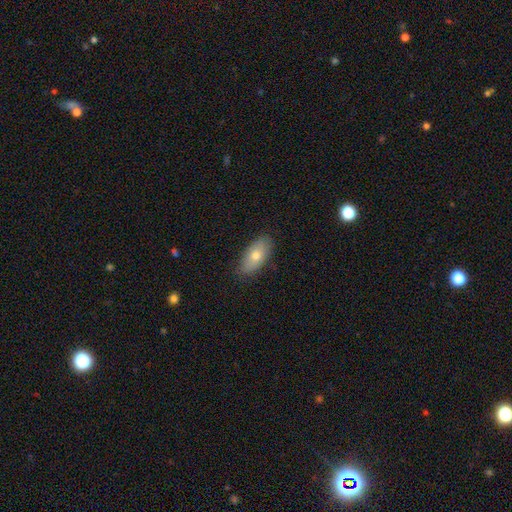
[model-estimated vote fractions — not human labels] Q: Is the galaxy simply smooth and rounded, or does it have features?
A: smooth — 71%.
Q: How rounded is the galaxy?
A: in between — 89%.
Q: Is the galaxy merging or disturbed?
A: none — 83%.